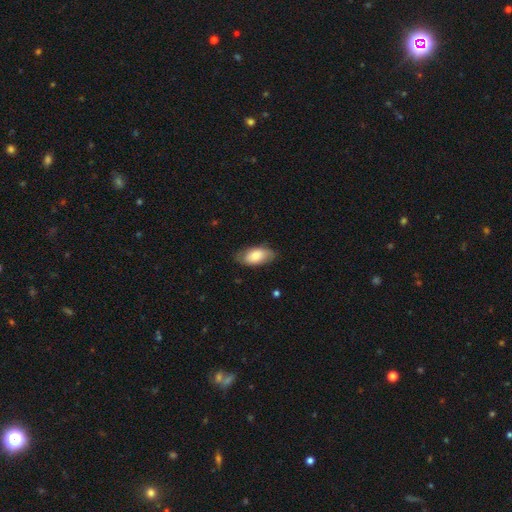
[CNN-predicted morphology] Overall: smooth (78%). How rounded: in between (93%). Merging: none (77%).